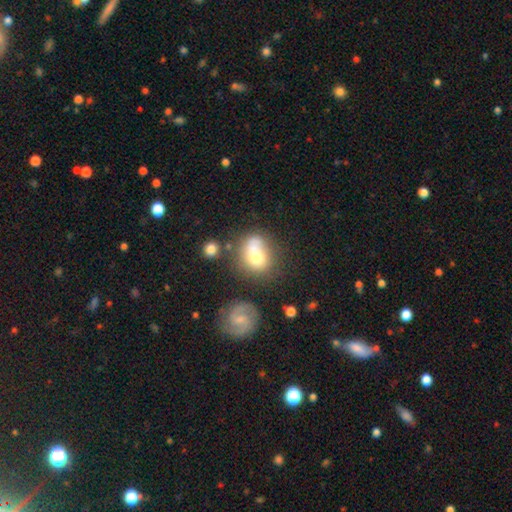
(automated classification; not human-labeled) smooth 61%, featured or disk 29%, star or artifact 10%. Down the decision tree: how rounded — round (54%); merging — none (38%).